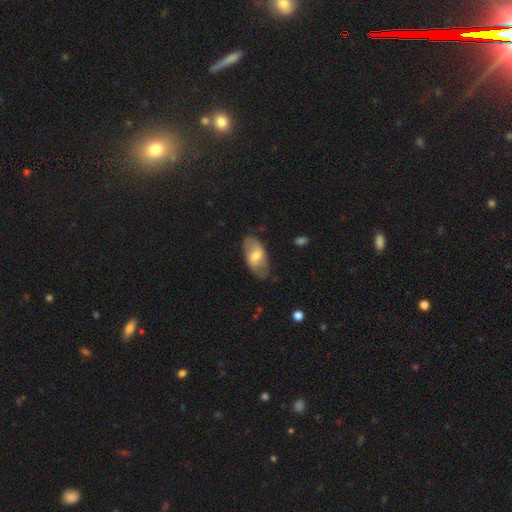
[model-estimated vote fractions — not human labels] This is possibly a smooth galaxy (54%). How rounded: clearly in between (93%). Merging: likely none (76%).